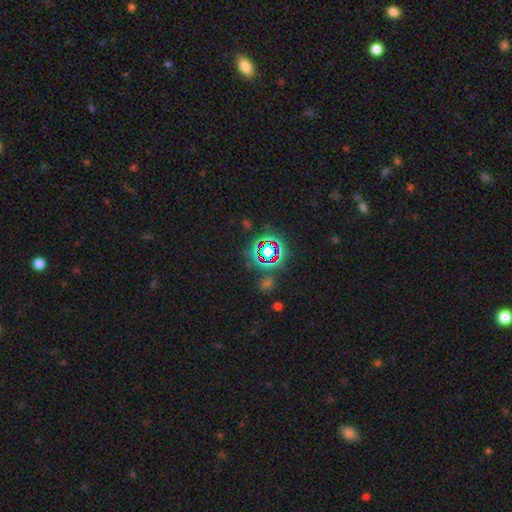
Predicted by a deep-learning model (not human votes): Overall: star or artifact (65%).